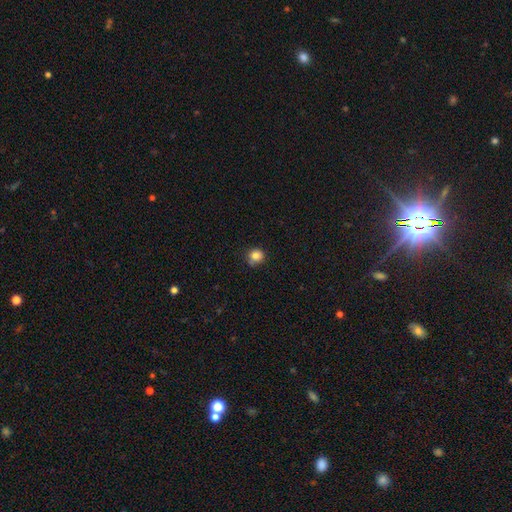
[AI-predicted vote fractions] Smooth or featured? Predicted: smooth (p=0.83). How rounded? Predicted: round (p=0.86). Merging? Predicted: none (p=0.72).